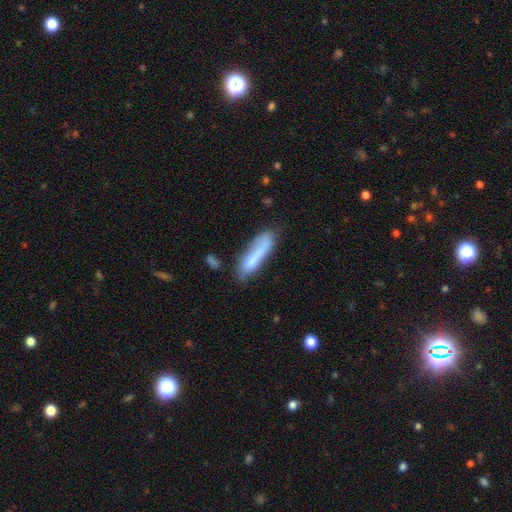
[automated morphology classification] This appears to be a smooth galaxy with no disk features (71%) that is cigar-shaped (74%). Merging: none (53%).